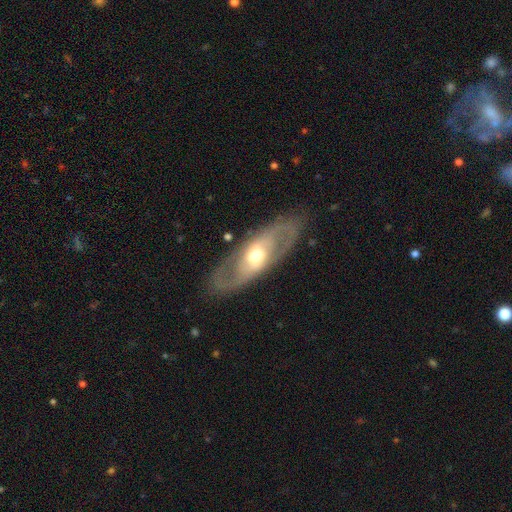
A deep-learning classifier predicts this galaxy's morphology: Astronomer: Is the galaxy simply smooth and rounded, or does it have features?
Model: featured or disk — 71%.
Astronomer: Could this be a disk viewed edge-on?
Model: no — 83%.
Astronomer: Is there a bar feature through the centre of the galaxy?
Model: no — 58%.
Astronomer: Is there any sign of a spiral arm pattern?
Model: no — 50%, tied with yes at 50%.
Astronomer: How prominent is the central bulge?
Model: moderate — 69%.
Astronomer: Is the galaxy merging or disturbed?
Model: none — 83%.